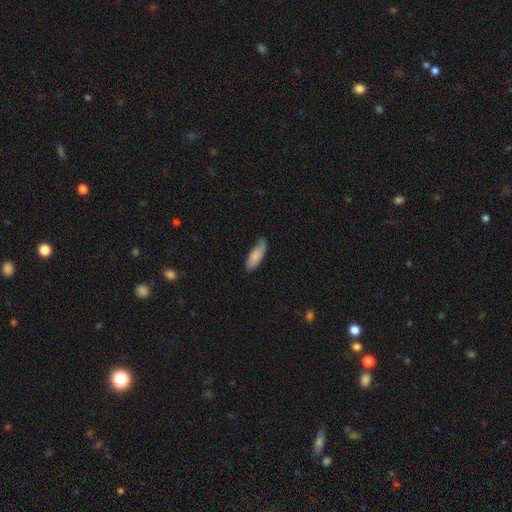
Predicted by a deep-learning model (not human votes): smooth-or-featured: smooth: 82% | featured or disk: 12% | star or artifact: 6%
  how-rounded: in between: 63% | cigar-shaped: 36% | round: 2%
  merging: none: 70% | minor disturbance: 24% | major disturbance: 4% | merger: 1%